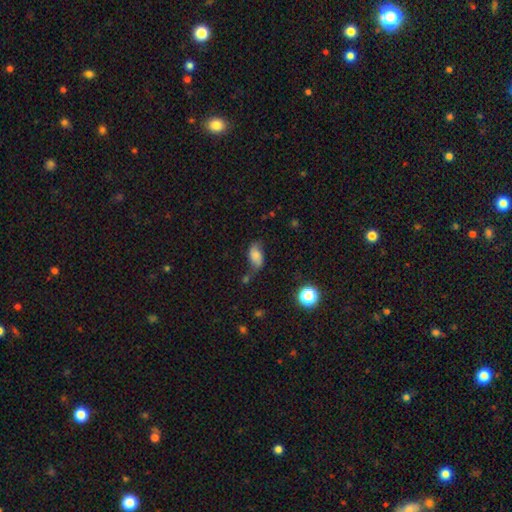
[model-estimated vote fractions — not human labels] Q: Smooth or featured?
A: smooth (67%); runner-up: featured or disk (21%)
Q: How rounded?
A: in between (89%); runner-up: round (8%)
Q: Merging?
A: none (51%); runner-up: minor disturbance (30%)